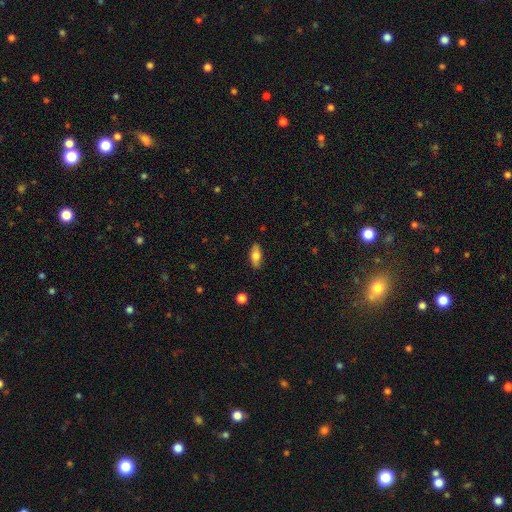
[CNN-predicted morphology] A smooth galaxy with no disk features (72%) that is in between round and cigar-shaped (80%).

Vote fractions:
- Smooth or featured? smooth: 72% / featured or disk: 22% / star or artifact: 7%
- How rounded? in between: 80% / cigar-shaped: 17% / round: 3%
- Merging? none: 87% / minor disturbance: 10% / major disturbance: 2% / merger: 1%